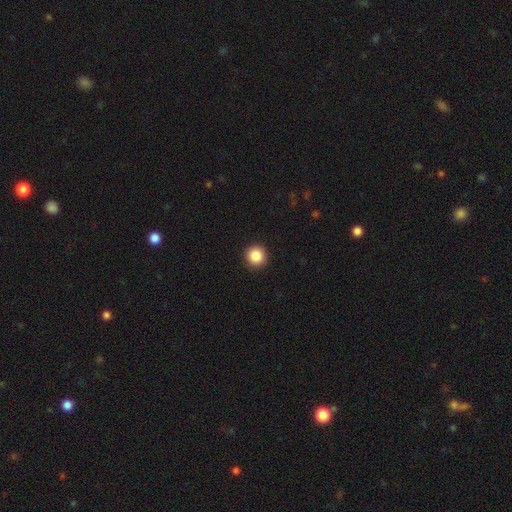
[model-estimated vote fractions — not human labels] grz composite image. It shows a smooth galaxy with no disk features (87%) that is round (95%). Merging: none (93%).